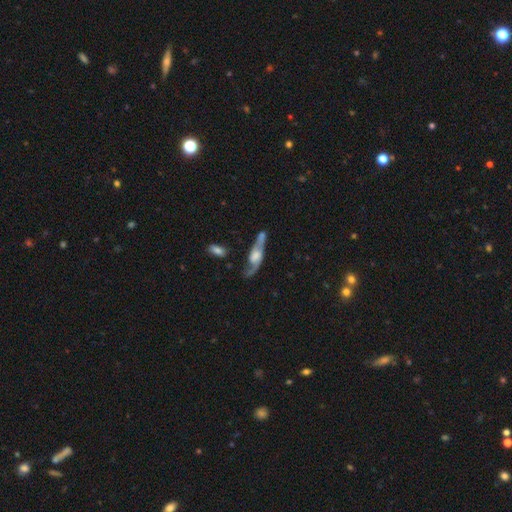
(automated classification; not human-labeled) This appears to be a featured or disk galaxy (73%). Merging: none (51%).